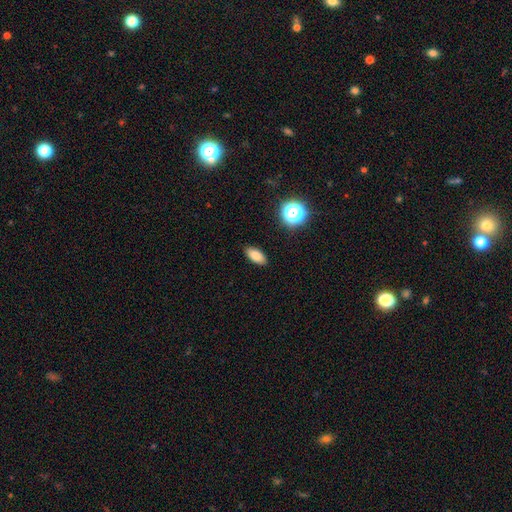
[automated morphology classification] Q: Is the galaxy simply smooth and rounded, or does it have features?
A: smooth — 82%.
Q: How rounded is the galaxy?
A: in between — 87%.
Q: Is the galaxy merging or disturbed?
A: none — 89%.